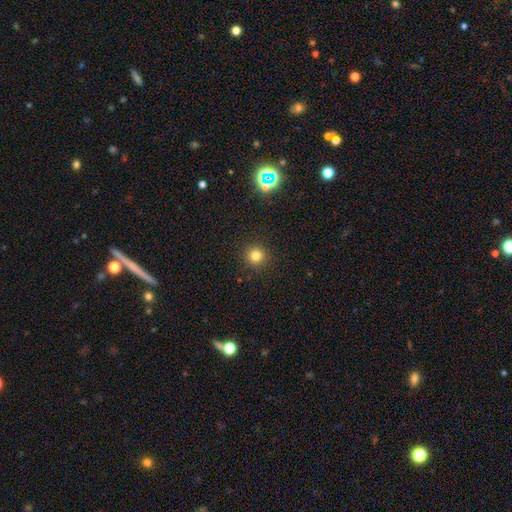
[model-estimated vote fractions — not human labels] smooth 79%, star or artifact 15%, featured or disk 6%. Down the decision tree: how rounded — round (95%); merging — none (92%).